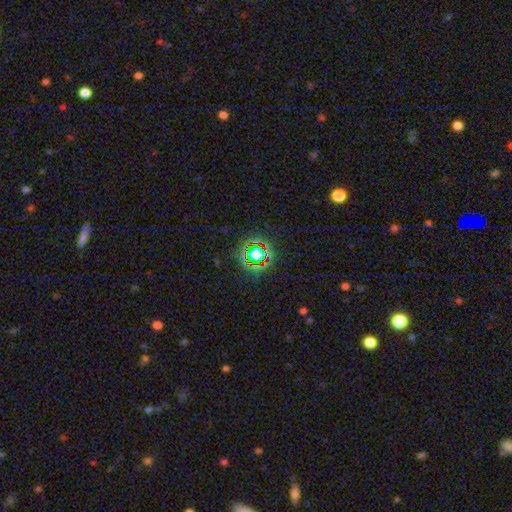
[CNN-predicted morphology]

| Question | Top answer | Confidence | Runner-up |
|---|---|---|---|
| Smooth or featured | star or artifact | 73% | smooth (17%) |